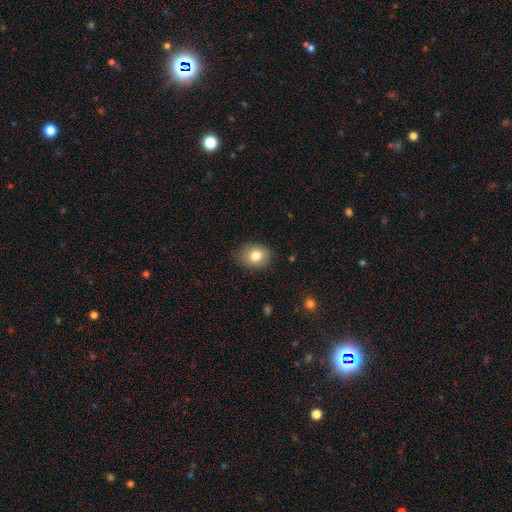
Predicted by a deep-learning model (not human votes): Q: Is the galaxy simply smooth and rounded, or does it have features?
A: smooth — 81%.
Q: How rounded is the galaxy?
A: in between — 55%.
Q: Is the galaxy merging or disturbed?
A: none — 82%.